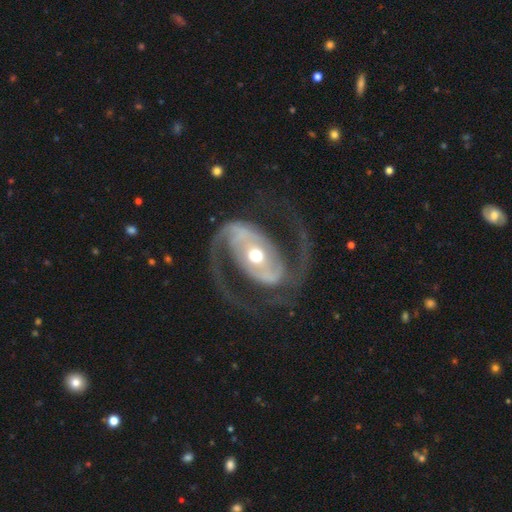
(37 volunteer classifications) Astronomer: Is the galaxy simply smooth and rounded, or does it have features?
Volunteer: featured or disk — 86%.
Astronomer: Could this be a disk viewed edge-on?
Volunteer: no — 94%.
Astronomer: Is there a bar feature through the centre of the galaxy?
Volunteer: strong — 47% (runner-up: weak, 30%).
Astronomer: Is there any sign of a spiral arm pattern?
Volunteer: yes — 97%.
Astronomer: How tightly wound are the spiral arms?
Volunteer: medium — 59%.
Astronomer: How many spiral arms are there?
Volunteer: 2 — 100%.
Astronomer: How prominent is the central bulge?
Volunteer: moderate — 90%.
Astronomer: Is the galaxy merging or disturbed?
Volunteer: none — 73%.